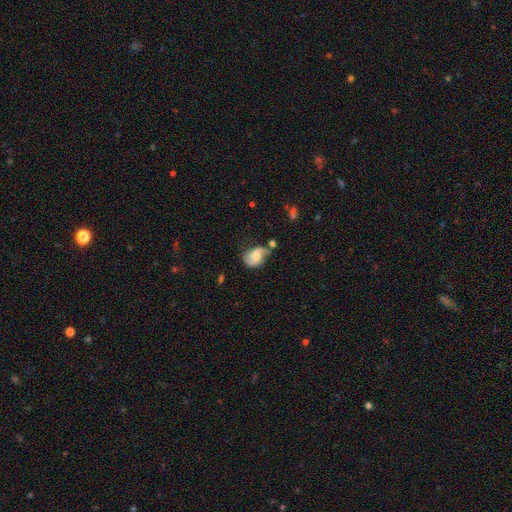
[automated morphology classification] Smooth or featured: featured or disk — 55% (smooth — 37%)
Edge-on disk: no — 97% (yes — 3%)
Bar: no — 54% (weak — 37%)
Spiral arms: yes — 85% (no — 15%)
Bulge size: moderate — 49% (small — 29%)
Merging: none — 44% (minor disturbance — 29%)